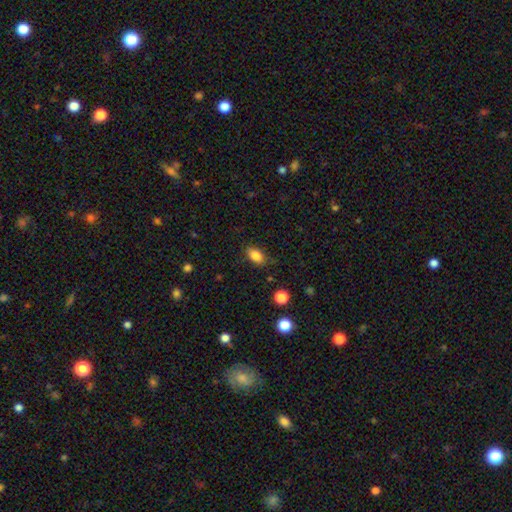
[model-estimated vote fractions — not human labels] smooth-or-featured: smooth: 83% | star or artifact: 9% | featured or disk: 7%
  how-rounded: in between: 87% | round: 9% | cigar-shaped: 4%
  merging: none: 79% | minor disturbance: 16% | major disturbance: 4% | merger: 2%